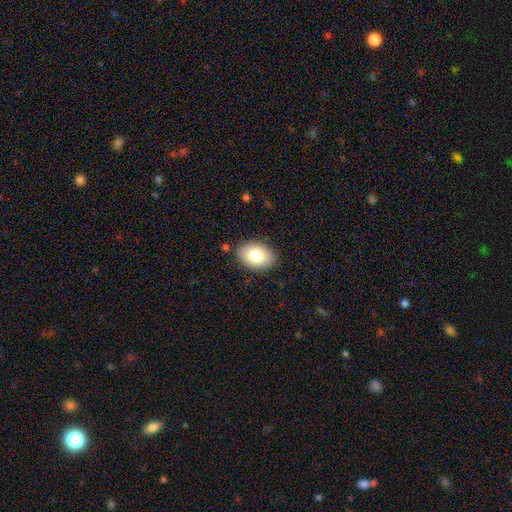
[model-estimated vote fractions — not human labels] Morphology: type=smooth (81%); roundness=in between (87%); merging=none (86%).